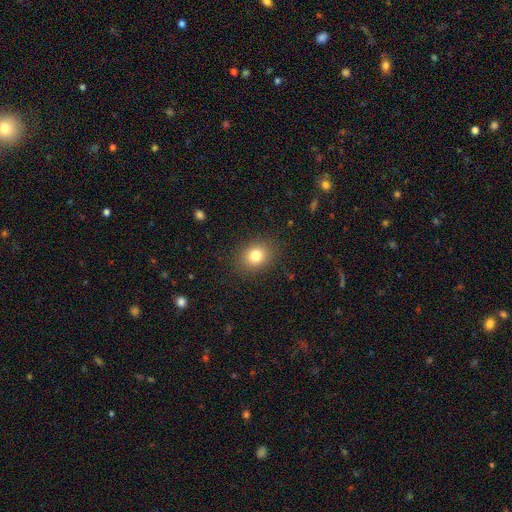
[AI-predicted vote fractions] The model was most divided on "how rounded": round: 60%, in between: 39%, cigar-shaped: 1%. More confident: merging — none (88%); smooth or featured — smooth (80%).